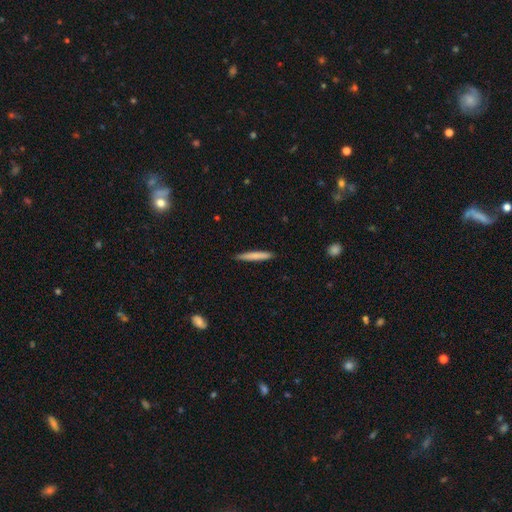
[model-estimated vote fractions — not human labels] smooth 77%, featured or disk 17%, star or artifact 5%. Down the decision tree: how rounded — cigar-shaped (95%); merging — none (90%).